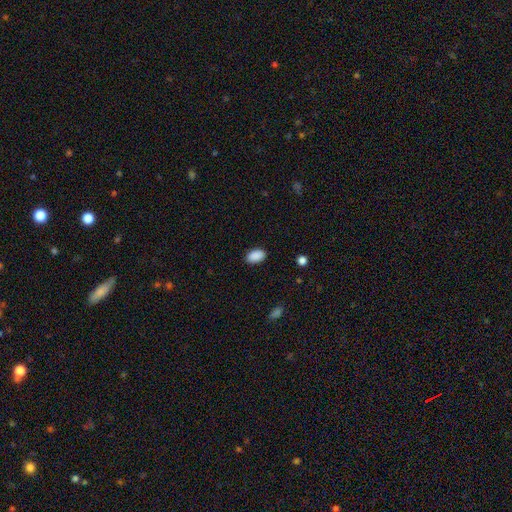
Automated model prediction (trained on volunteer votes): A smooth galaxy with no disk features (90%) that is in between round and cigar-shaped (92%). Merging: none (87%).